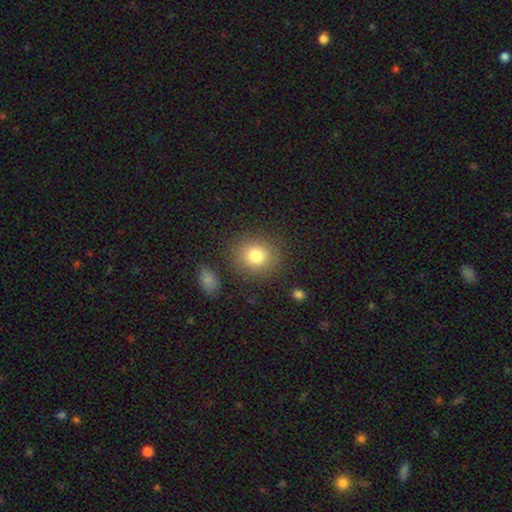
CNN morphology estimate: A smooth galaxy with no disk features (80%) that is round (81%). Merging: none (84%).